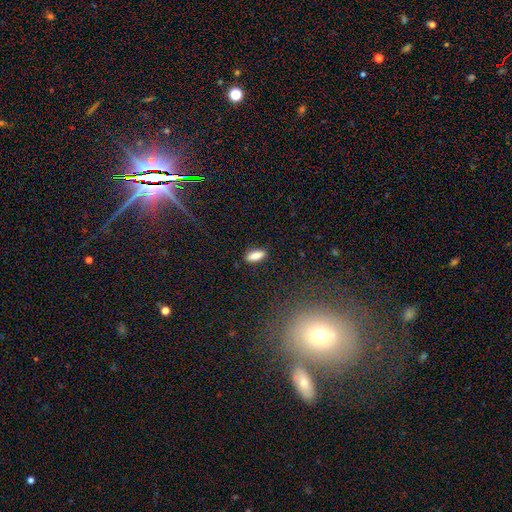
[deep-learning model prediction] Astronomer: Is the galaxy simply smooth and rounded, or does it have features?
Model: smooth — 85%.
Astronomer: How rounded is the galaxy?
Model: in between — 75%.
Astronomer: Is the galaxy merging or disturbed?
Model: none — 86%.